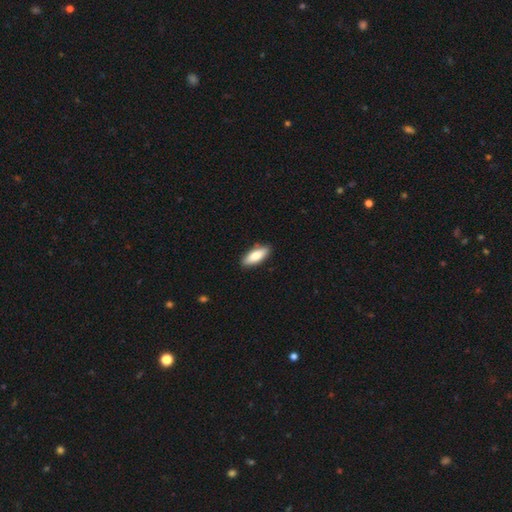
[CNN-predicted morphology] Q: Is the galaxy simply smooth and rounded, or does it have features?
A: smooth — 80%.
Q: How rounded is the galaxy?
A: in between — 71%.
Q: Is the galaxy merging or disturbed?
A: none — 88%.